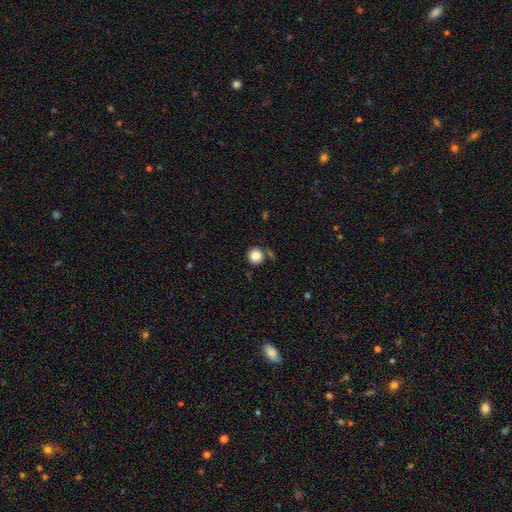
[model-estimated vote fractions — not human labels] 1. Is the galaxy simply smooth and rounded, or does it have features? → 85% smooth, 10% star or artifact, 6% featured or disk.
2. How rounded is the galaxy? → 94% round, 5% in between, 1% cigar-shaped.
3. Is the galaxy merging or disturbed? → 80% none, 10% minor disturbance, 7% merger, 3% major disturbance.